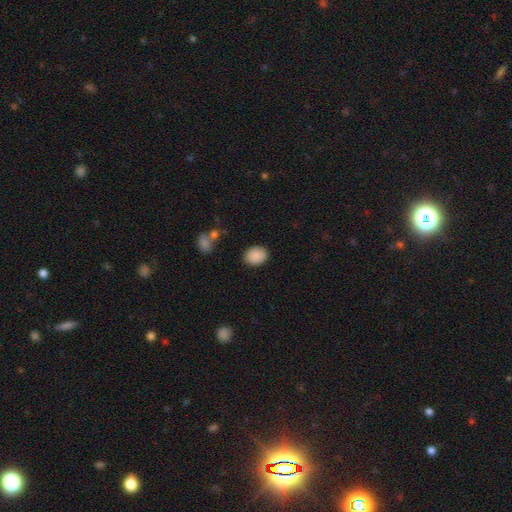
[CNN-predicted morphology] Overall: smooth (90%). How rounded: in between (59%; round 40%). Merging: none (87%).